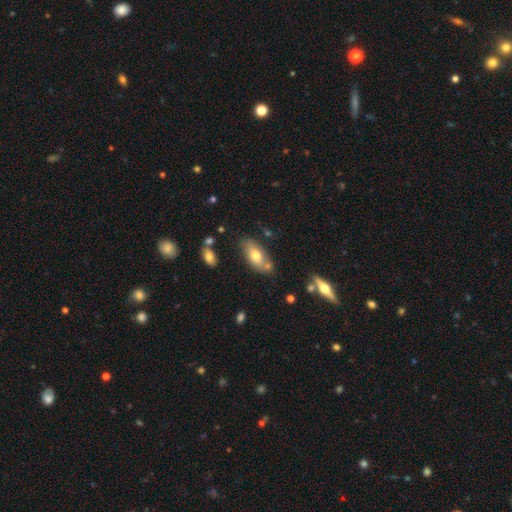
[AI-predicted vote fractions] Smooth or featured: smooth — 71% (featured or disk — 22%)
How rounded: in between — 87% (cigar-shaped — 10%)
Merging: none — 67% (minor disturbance — 17%)